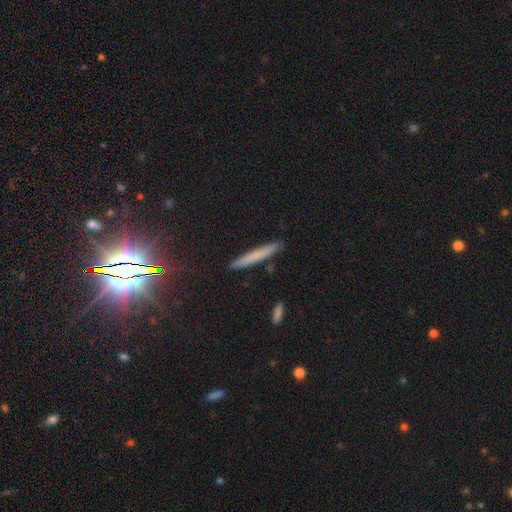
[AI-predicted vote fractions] smooth_or_featured: smooth (p=0.68) [alt: featured or disk p=0.22]
how_rounded: cigar-shaped (p=0.96) [alt: in between p=0.03]
merging: none (p=0.90) [alt: minor disturbance p=0.07]